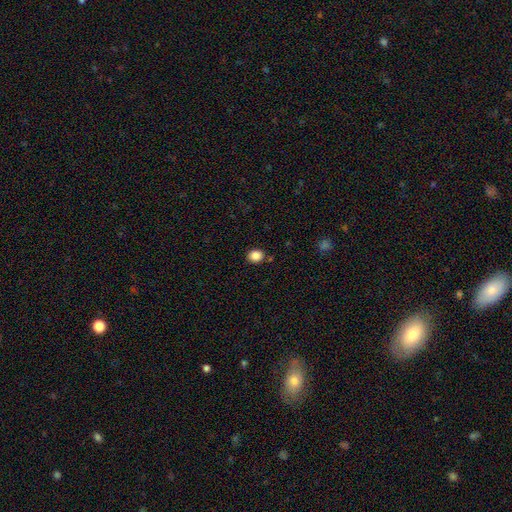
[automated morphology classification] Smooth or featured?
  - smooth: 86% *
  - star or artifact: 10%
  - featured or disk: 4%
How rounded?
  - round: 64% *
  - in between: 35%
  - cigar-shaped: 1%
Merging?
  - none: 85% *
  - minor disturbance: 9%
  - merger: 4%
  - major disturbance: 2%